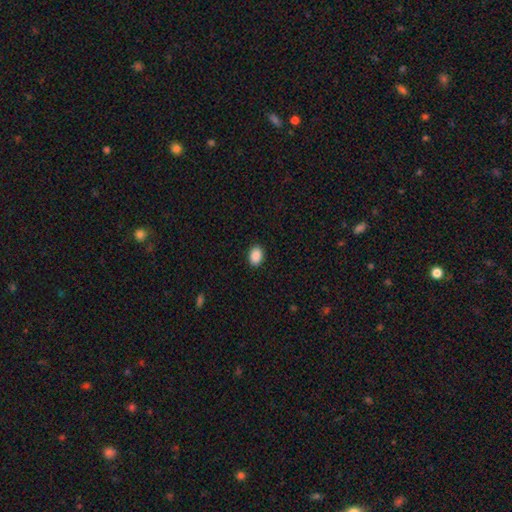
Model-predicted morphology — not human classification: The model was most divided on "how rounded": in between: 77%, round: 22%, cigar-shaped: 1%. More confident: merging — none (90%); smooth or featured — smooth (89%).